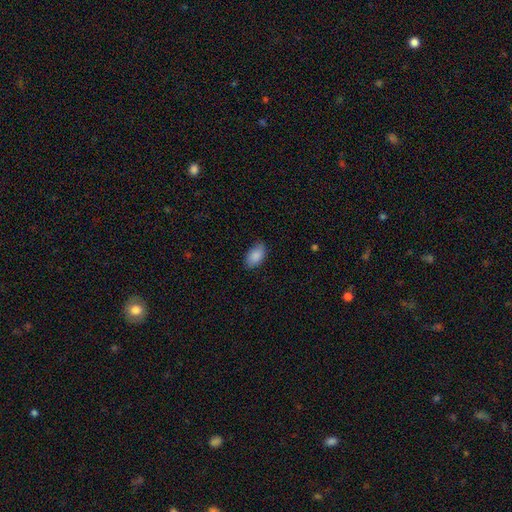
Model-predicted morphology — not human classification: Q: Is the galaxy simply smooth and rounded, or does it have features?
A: smooth — 89%.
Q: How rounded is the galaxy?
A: in between — 93%.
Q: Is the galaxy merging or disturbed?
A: none — 78%.